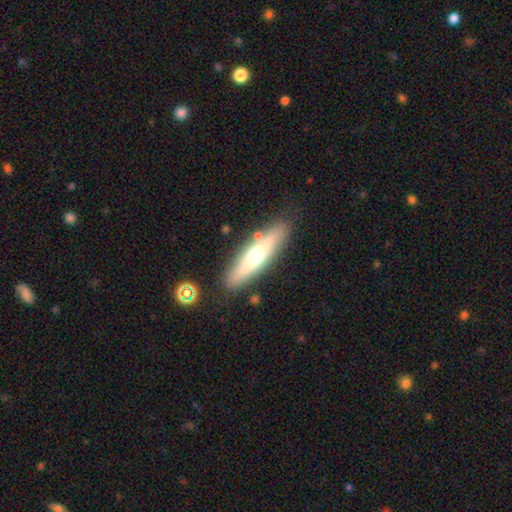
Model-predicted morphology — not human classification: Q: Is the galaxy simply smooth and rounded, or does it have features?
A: featured or disk — 47%.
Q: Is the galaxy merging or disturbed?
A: none — 82%.